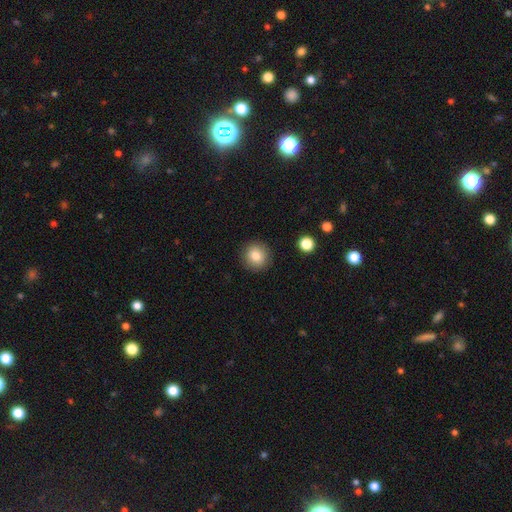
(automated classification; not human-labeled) This is clearly a smooth galaxy (82%). How rounded: clearly round (93%). Merging: clearly none (91%).